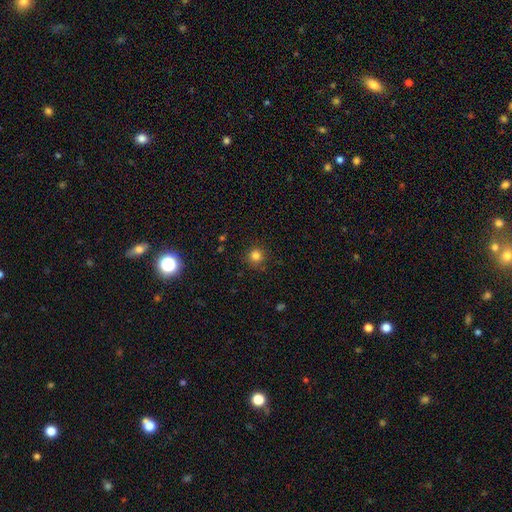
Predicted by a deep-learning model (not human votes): This is clearly a smooth galaxy (81%). How rounded: clearly round (94%). Merging: clearly none (88%).